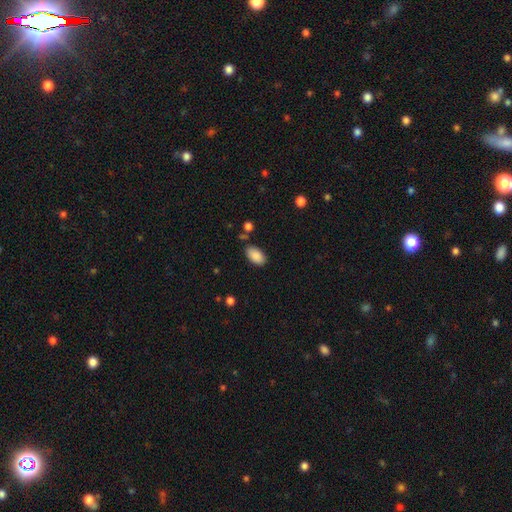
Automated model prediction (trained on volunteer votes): smooth 88%, star or artifact 7%, featured or disk 5%. Down the decision tree: how rounded — in between (95%); merging — none (80%).